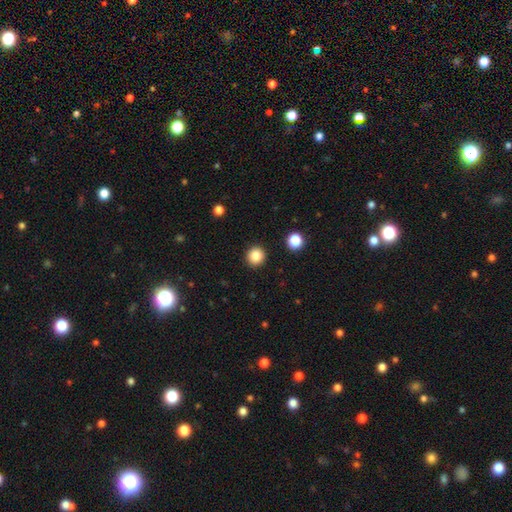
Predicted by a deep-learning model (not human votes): The model was most divided on "smooth or featured": smooth: 85%, star or artifact: 11%, featured or disk: 5%. More confident: how rounded — round (94%); merging — none (92%).